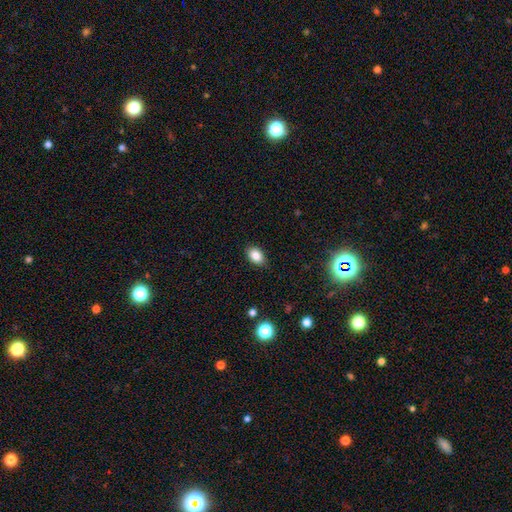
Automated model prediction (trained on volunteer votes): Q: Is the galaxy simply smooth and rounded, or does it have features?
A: smooth — 85%.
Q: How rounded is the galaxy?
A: in between — 86%.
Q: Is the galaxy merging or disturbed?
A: none — 86%.